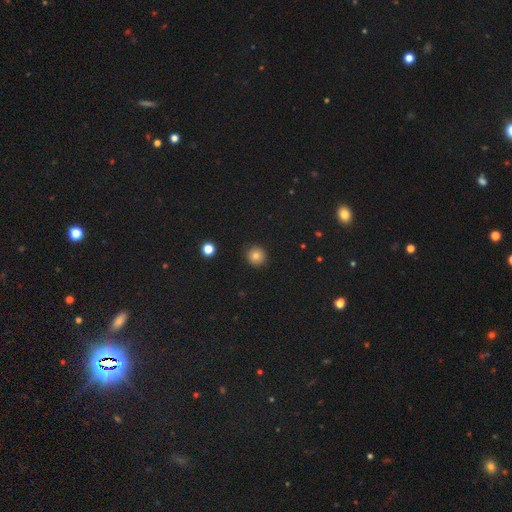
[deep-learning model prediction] Smooth or featured? Predicted: smooth (p=0.79). How rounded? Predicted: round (p=0.95). Merging? Predicted: none (p=0.92).